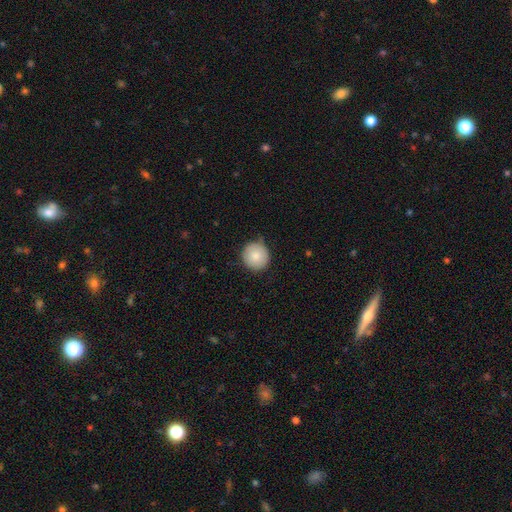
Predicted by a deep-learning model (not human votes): A smooth galaxy with no disk features (83%) that is round (94%).

Vote fractions:
- Smooth or featured? smooth: 83% / featured or disk: 9% / star or artifact: 7%
- How rounded? round: 94% / in between: 6% / cigar-shaped: 1%
- Merging? none: 82% / minor disturbance: 15% / major disturbance: 2% / merger: 1%